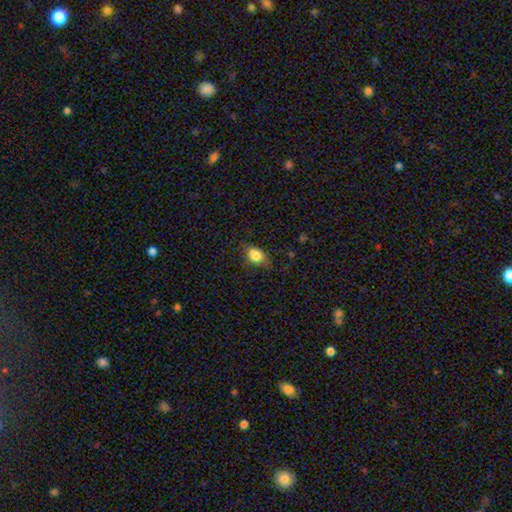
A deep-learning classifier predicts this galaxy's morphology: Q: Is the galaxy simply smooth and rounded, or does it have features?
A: smooth — 84%.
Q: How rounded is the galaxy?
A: in between — 75%.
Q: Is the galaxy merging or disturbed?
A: none — 66%.